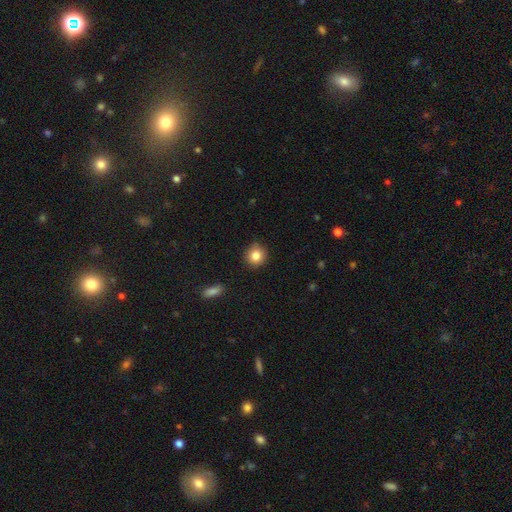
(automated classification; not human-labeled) smooth-or-featured: smooth: 83% | star or artifact: 10% | featured or disk: 7%
  how-rounded: round: 90% | in between: 9% | cigar-shaped: 1%
  merging: none: 87% | minor disturbance: 10% | major disturbance: 2% | merger: 1%